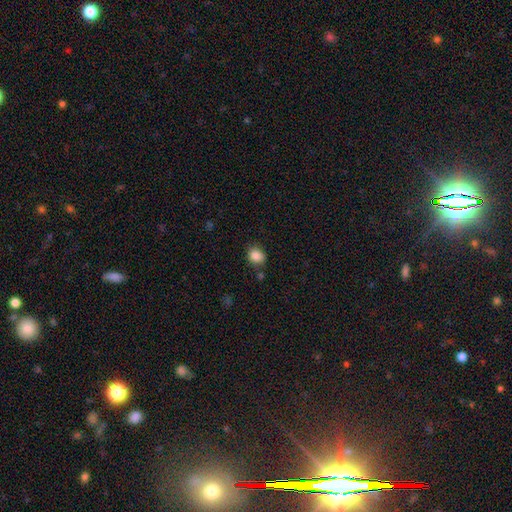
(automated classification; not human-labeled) This appears to be a smooth galaxy with no disk features (86%) that is round (60%). Merging: none (79%).